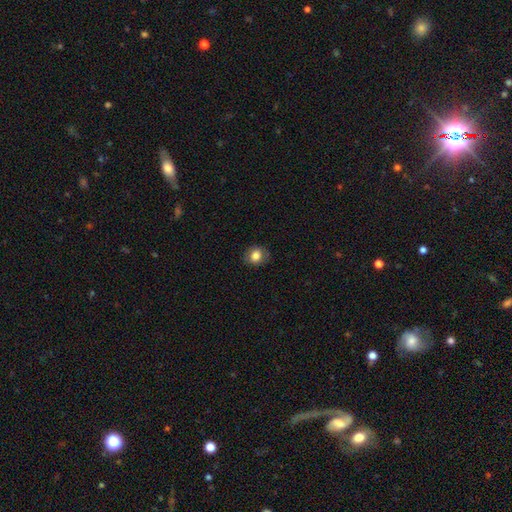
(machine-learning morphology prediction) This appears to be a smooth galaxy with no disk features (80%) that is round (71%). Merging: none (83%).